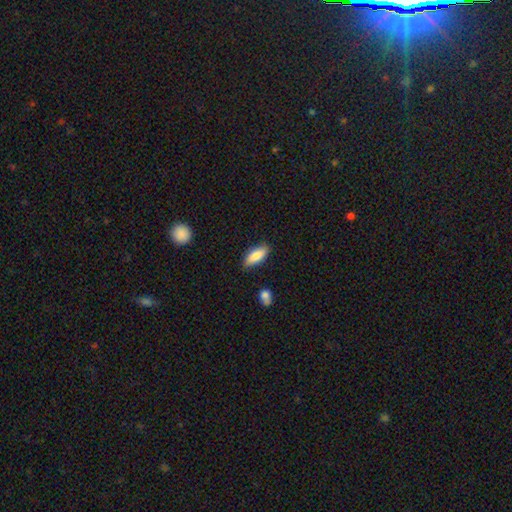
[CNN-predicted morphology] smooth_or_featured: smooth (p=0.83) [alt: featured or disk p=0.11]
how_rounded: in between (p=0.77) [alt: cigar-shaped p=0.20]
merging: none (p=0.81) [alt: minor disturbance p=0.14]